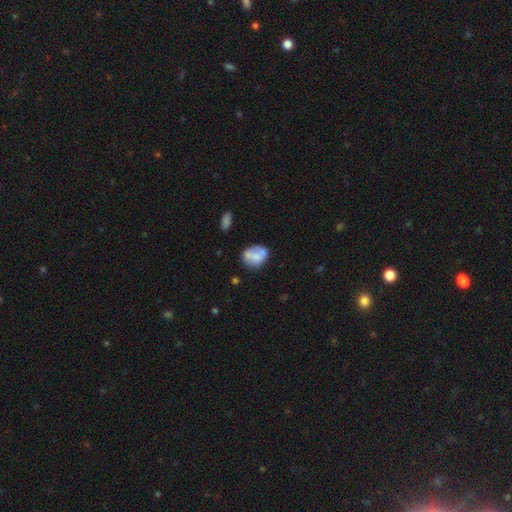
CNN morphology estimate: smooth-or-featured: smooth: 63% | featured or disk: 30% | star or artifact: 8%
  how-rounded: in between: 57% | round: 42% | cigar-shaped: 1%
  merging: none: 45% | minor disturbance: 23% | merger: 22% | major disturbance: 9%